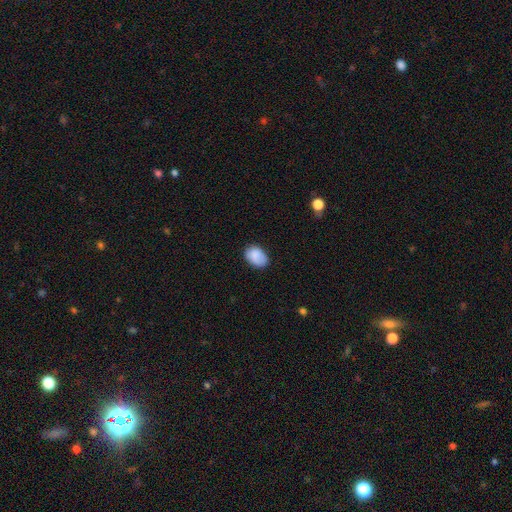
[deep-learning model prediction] Smooth or featured: smooth — 86% (star or artifact — 8%)
How rounded: in between — 81% (round — 18%)
Merging: none — 71% (minor disturbance — 23%)